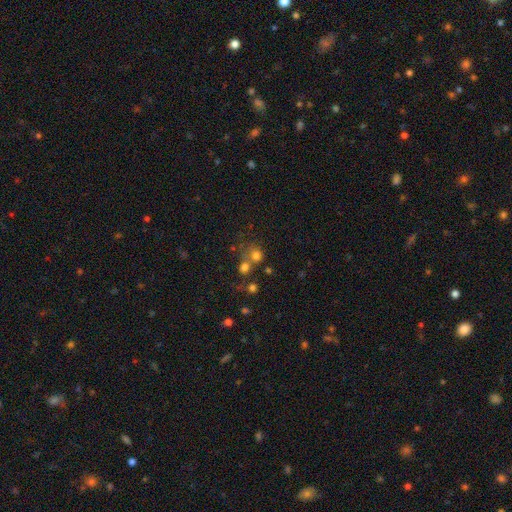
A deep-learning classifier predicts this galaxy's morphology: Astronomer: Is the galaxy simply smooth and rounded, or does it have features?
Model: smooth — 71%.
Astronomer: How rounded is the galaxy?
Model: round — 82%.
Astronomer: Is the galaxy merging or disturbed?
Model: none — 47% (runner-up: merger, 37%).